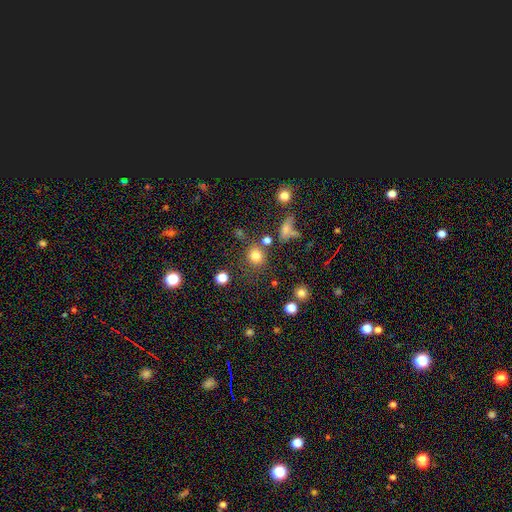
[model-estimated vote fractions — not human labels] Smooth or featured?
  - smooth: 77% *
  - star or artifact: 15%
  - featured or disk: 8%
How rounded?
  - round: 81% *
  - in between: 17%
  - cigar-shaped: 2%
Merging?
  - none: 70% *
  - minor disturbance: 12%
  - merger: 11%
  - major disturbance: 6%